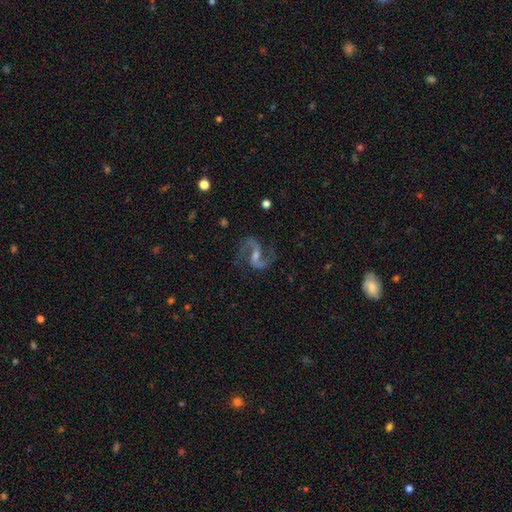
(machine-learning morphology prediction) Overall: featured or disk (91%). Edge-on disk: no (98%). Bar: weak (47%; strong 32%). Spiral arms: yes (98%). Spiral arm count: 2 (94%). Spiral winding: medium (53%; loose 38%). Bulge size: small (48%; moderate 39%). Merging: none (81%).